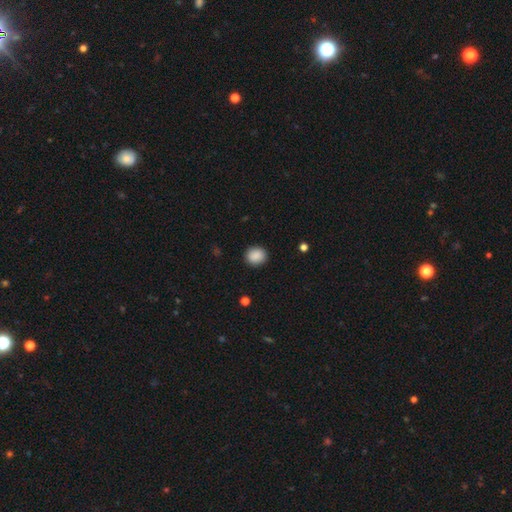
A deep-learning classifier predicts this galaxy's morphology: The model was most divided on "how rounded": round: 74%, in between: 25%, cigar-shaped: 1%. More confident: merging — none (90%); smooth or featured — smooth (89%).